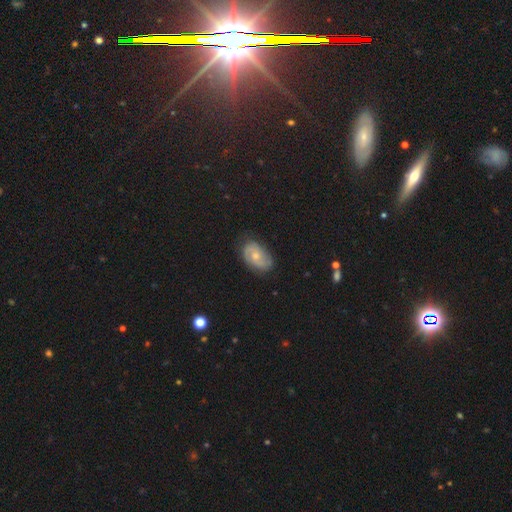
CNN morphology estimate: This appears to be a featured or disk galaxy (56%) with no bar (73%), spiral arms (79%) and a moderate central bulge (53%). Merging: none (73%).